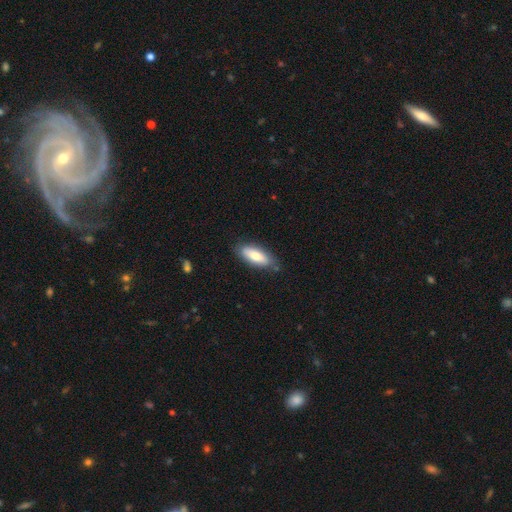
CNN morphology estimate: This appears to be a smooth galaxy with no disk features (74%) that is in between round and cigar-shaped (72%). Merging: none (80%).